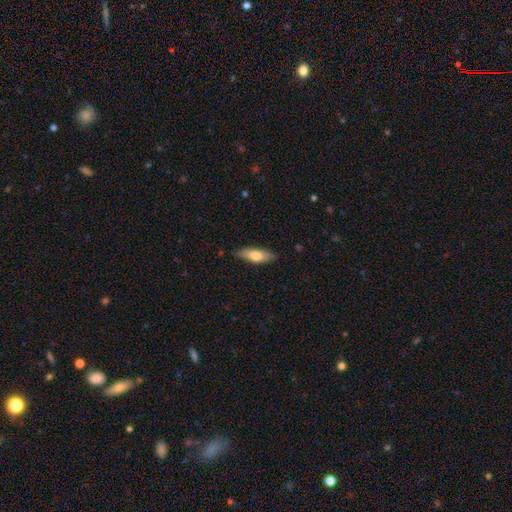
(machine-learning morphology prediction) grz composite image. It shows a smooth galaxy with no disk features (70%) that is in between round and cigar-shaped (61%). Merging: none (83%).